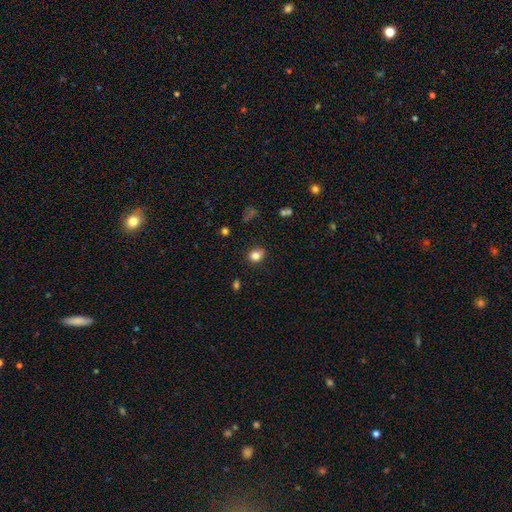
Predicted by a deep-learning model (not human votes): This is clearly a smooth galaxy (81%). How rounded: likely round (66%). Merging: likely none (76%).